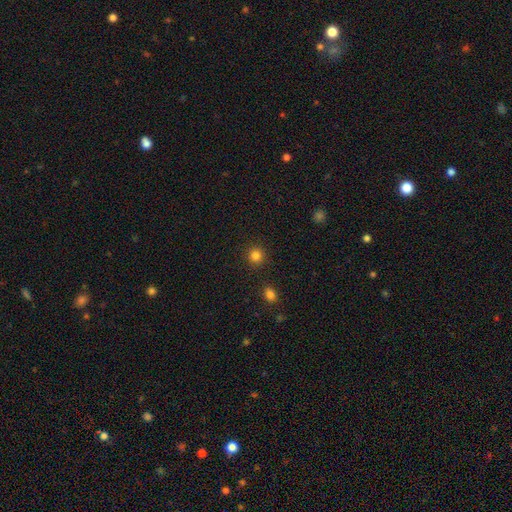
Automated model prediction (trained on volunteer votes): Overall: smooth (82%). How rounded: round (93%). Merging: none (91%).